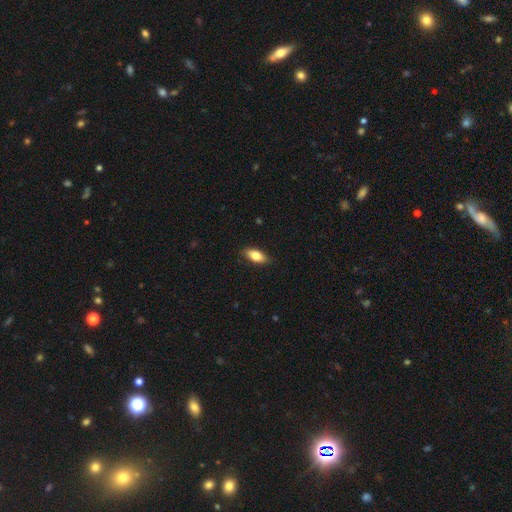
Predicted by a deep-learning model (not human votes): smooth 79%, featured or disk 14%, star or artifact 7%. Down the decision tree: how rounded — in between (84%); merging — none (84%).